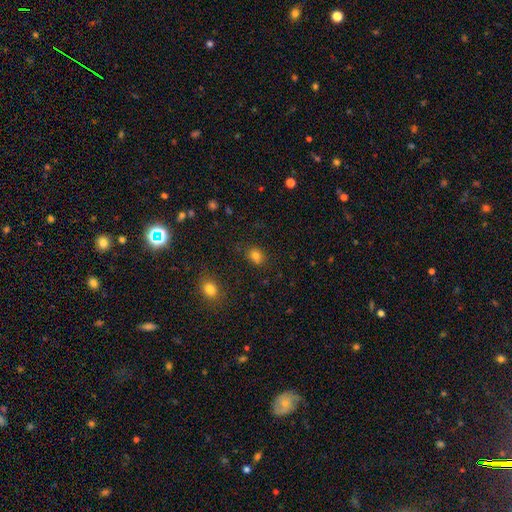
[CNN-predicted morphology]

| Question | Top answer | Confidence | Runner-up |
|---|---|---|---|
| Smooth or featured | smooth | 78% | star or artifact (16%) |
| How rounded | in between | 52% | round (47%) |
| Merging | none | 75% | minor disturbance (14%) |